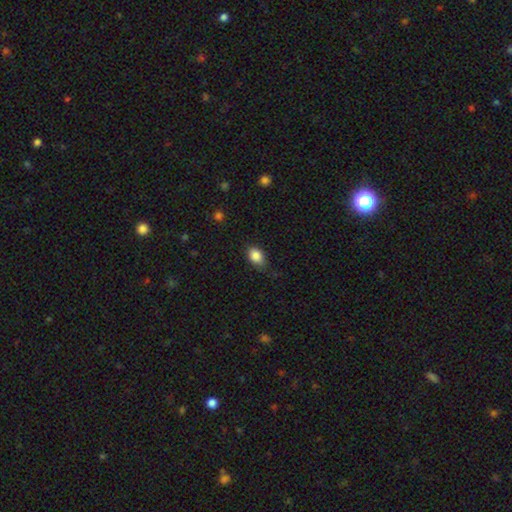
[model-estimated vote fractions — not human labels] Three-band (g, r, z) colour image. It shows a smooth galaxy with no disk features (86%) that is in between round and cigar-shaped (76%). Merging: none (68%).